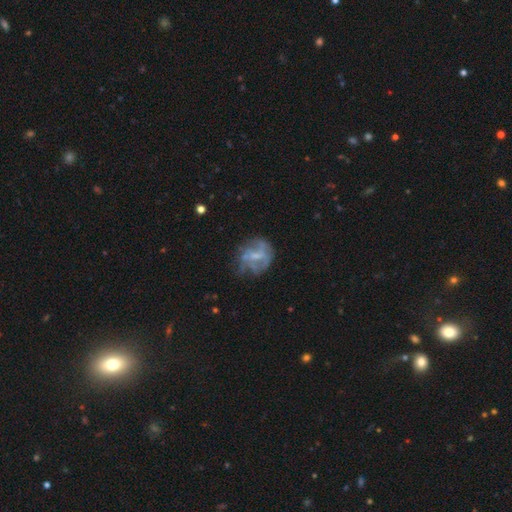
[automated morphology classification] Smooth or featured? Predicted: featured or disk (p=0.63). Edge-on disk? Predicted: no (p=0.98). Bar? Predicted: no (p=0.45). Spiral arms? Predicted: no (p=0.50, tied with yes). Bulge size? Predicted: small (p=0.37). Merging? Predicted: none (p=0.51).